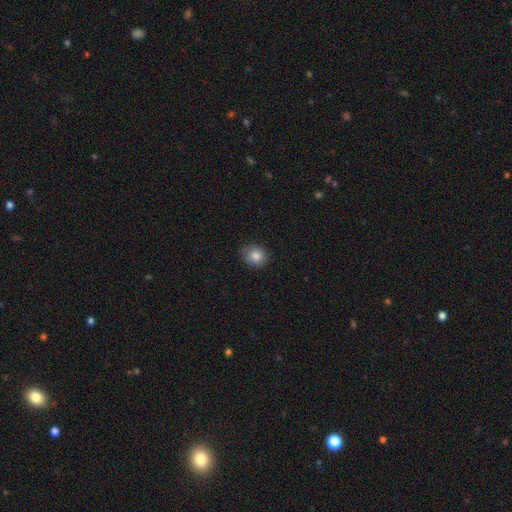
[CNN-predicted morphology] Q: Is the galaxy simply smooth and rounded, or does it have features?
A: smooth — 83%.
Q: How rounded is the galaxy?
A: round — 73%.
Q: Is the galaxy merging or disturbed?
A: none — 77%.